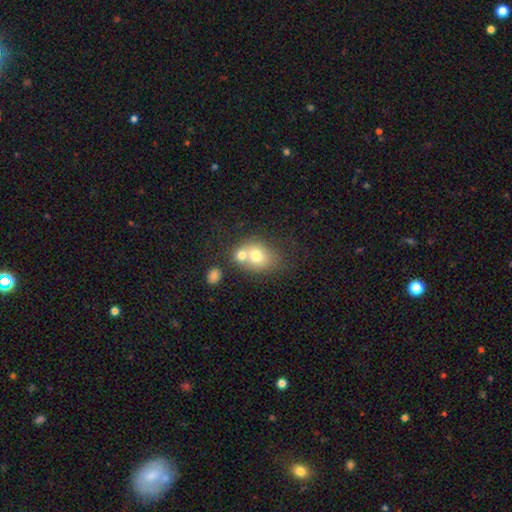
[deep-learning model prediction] This appears to be a smooth galaxy with no disk features (69%) that is round (55%). Merging: merger (56%).